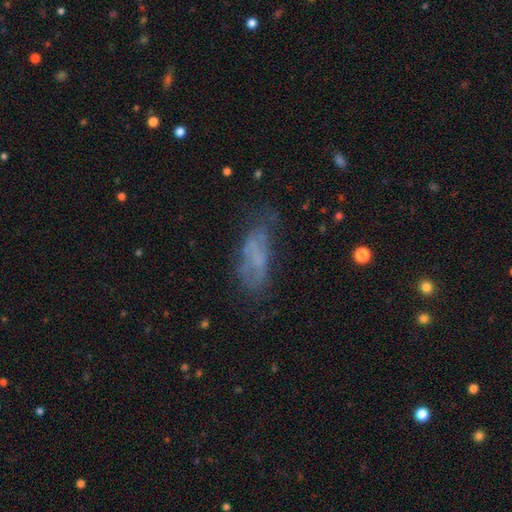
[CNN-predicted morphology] Smooth or featured? smooth (46%)
Merging? none (48%)